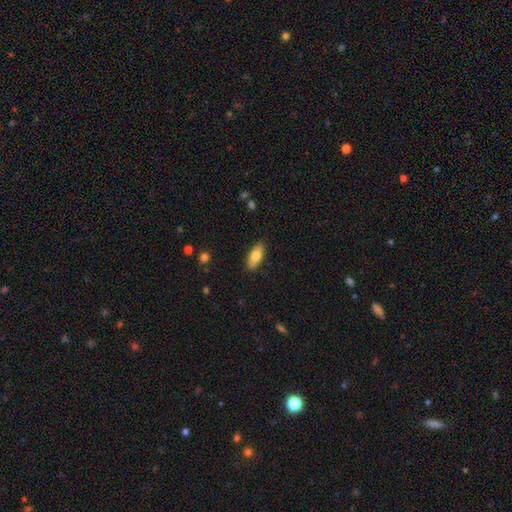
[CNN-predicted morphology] Smooth or featured: smooth — 76% (featured or disk — 18%)
How rounded: in between — 78% (cigar-shaped — 20%)
Merging: none — 88% (minor disturbance — 9%)